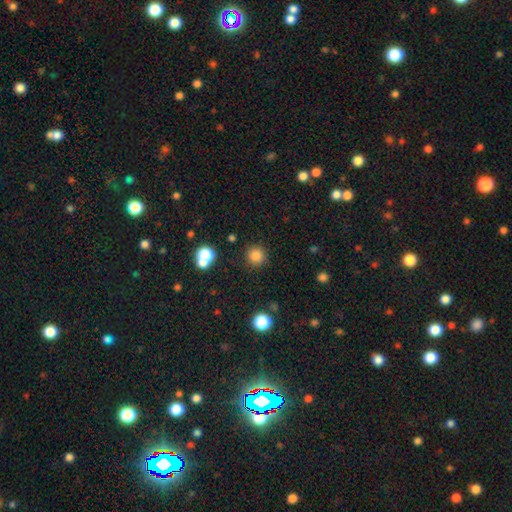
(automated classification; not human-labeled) A smooth galaxy with no disk features (82%) that is round (93%). Merging: none (87%).